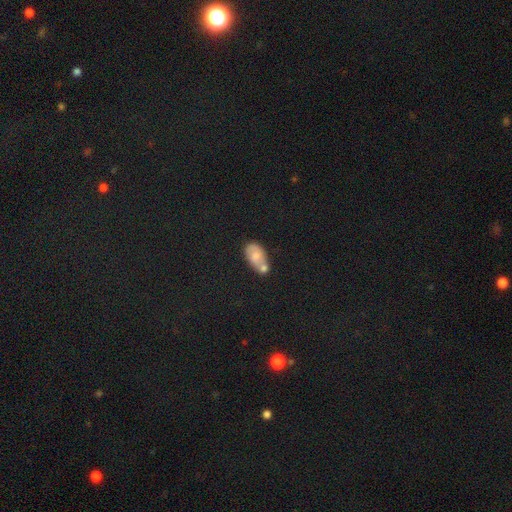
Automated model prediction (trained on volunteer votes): The model was most divided on "merging": merger: 39%, none: 36%, minor disturbance: 18%, major disturbance: 7%. More confident: how rounded — in between (89%); smooth or featured — smooth (61%).